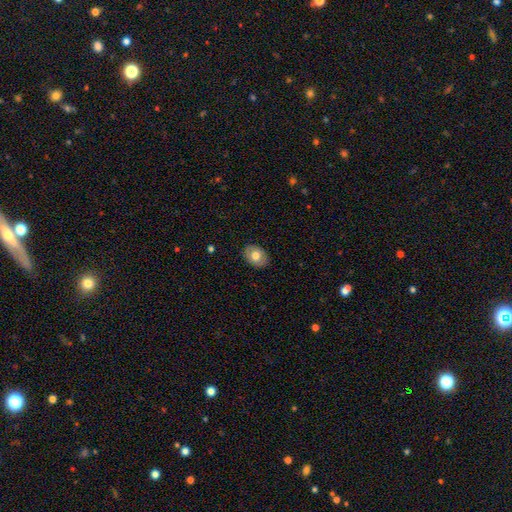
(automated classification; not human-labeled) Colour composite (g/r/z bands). It shows a smooth galaxy with no disk features (74%) that is in between round and cigar-shaped (75%). Merging: none (88%).